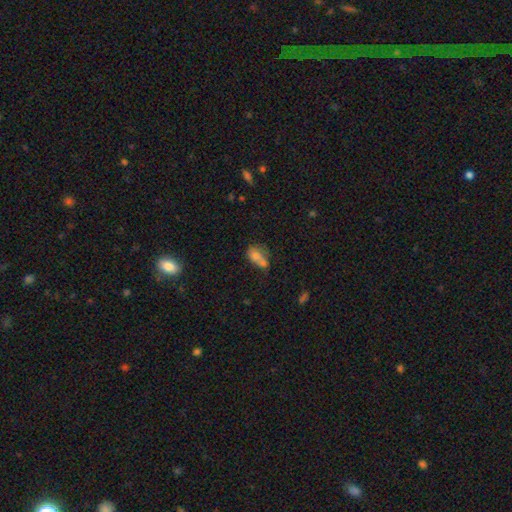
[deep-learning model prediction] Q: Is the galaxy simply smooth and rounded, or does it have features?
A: smooth — 69%.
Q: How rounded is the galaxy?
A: in between — 74%.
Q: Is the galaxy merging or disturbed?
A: merger — 48%.